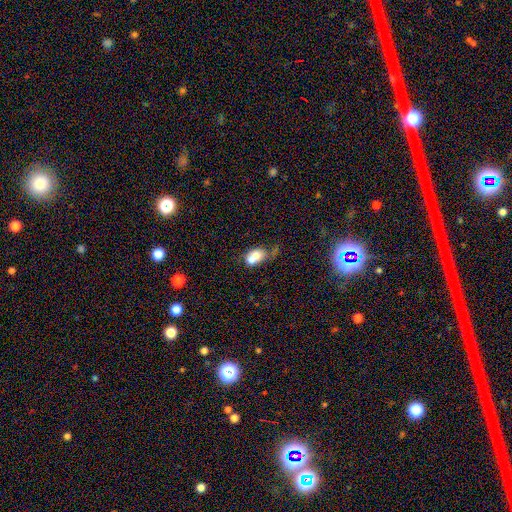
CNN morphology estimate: A smooth galaxy with no disk features (66%) that is in between round and cigar-shaped (66%).

Vote fractions:
- Smooth or featured? smooth: 66% / featured or disk: 24% / star or artifact: 10%
- How rounded? in between: 66% / round: 32% / cigar-shaped: 2%
- Merging? merger: 59% / none: 21% / minor disturbance: 11% / major disturbance: 9%